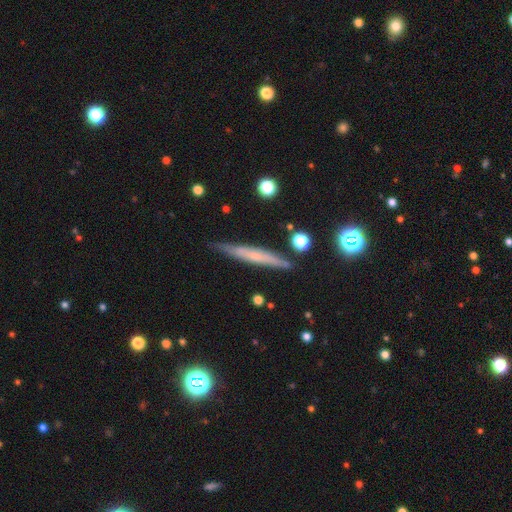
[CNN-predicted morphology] Smooth or featured?
  - featured or disk: 50% *
  - smooth: 42%
  - star or artifact: 7%
Edge-on disk?
  - yes: 93% *
  - no: 7%
Merging?
  - none: 85% *
  - minor disturbance: 11%
  - merger: 2%
  - major disturbance: 2%